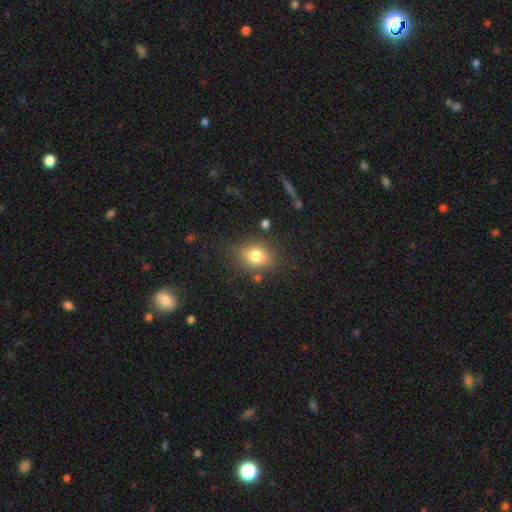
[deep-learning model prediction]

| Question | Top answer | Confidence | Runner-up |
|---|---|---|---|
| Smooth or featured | smooth | 77% | star or artifact (12%) |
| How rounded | in between | 56% | round (43%) |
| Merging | none | 77% | minor disturbance (15%) |